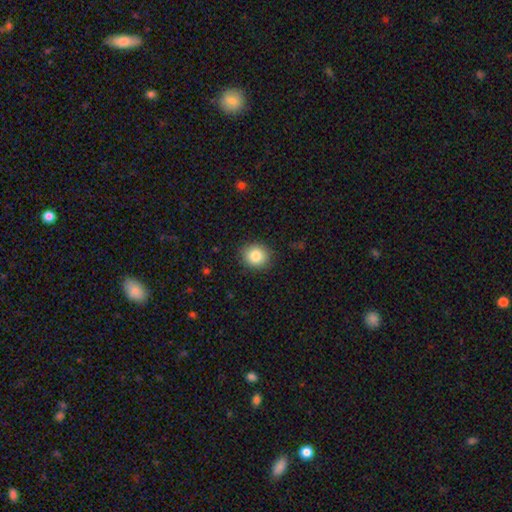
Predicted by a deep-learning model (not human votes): Overall: smooth (84%). How rounded: round (85%). Merging: none (90%).